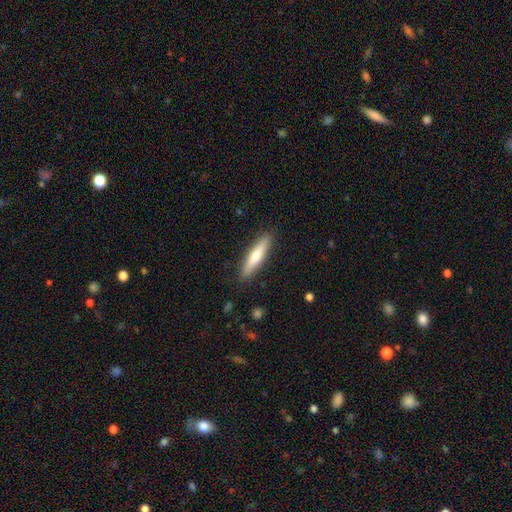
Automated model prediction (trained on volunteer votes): The model was most divided on "smooth or featured": smooth: 59%, featured or disk: 35%, star or artifact: 5%. More confident: merging — none (90%); how rounded — cigar-shaped (84%).